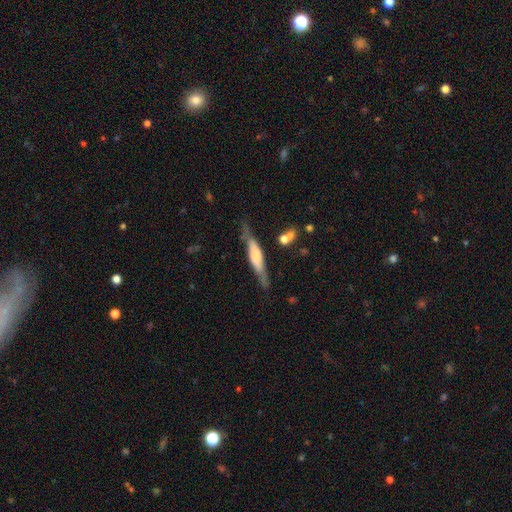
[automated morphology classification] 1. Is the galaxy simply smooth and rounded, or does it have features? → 51% featured or disk, 43% smooth, 6% star or artifact.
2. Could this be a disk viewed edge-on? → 85% yes, 15% no.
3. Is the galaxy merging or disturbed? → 66% none, 22% minor disturbance, 8% major disturbance, 4% merger.